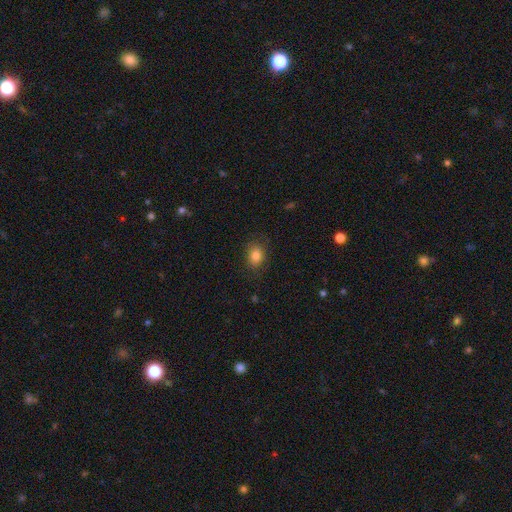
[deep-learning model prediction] This appears to be a smooth galaxy with no disk features (83%) that is in between round and cigar-shaped (58%). Merging: none (82%).